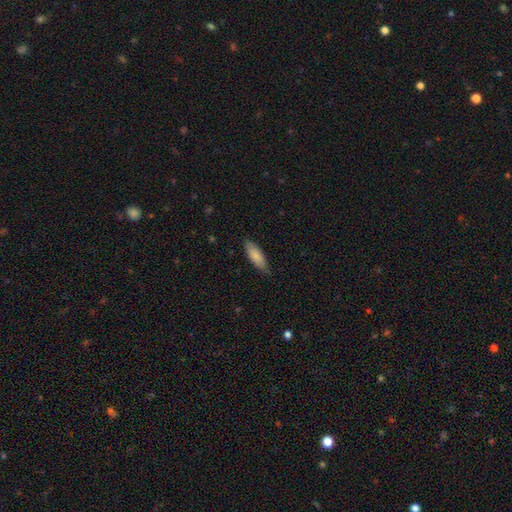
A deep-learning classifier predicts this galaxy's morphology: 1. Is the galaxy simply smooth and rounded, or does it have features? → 82% smooth, 12% featured or disk, 6% star or artifact.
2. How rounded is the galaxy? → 61% in between, 37% cigar-shaped, 2% round.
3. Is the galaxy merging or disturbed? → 77% none, 19% minor disturbance, 3% major disturbance, 1% merger.